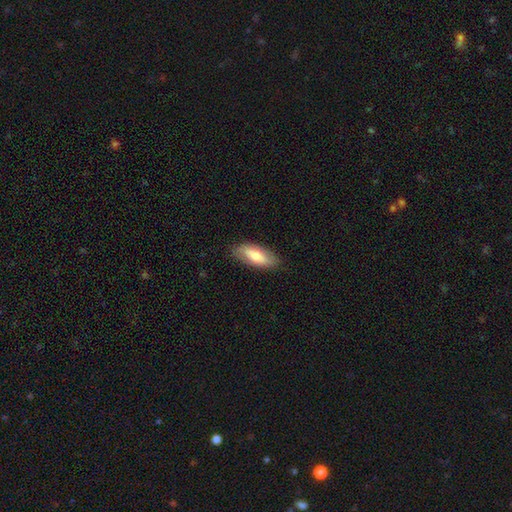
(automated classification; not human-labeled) Smooth or featured?
  - smooth: 68% *
  - featured or disk: 26%
  - star or artifact: 6%
How rounded?
  - in between: 80% *
  - cigar-shaped: 17%
  - round: 2%
Merging?
  - none: 84% *
  - minor disturbance: 13%
  - major disturbance: 3%
  - merger: 1%